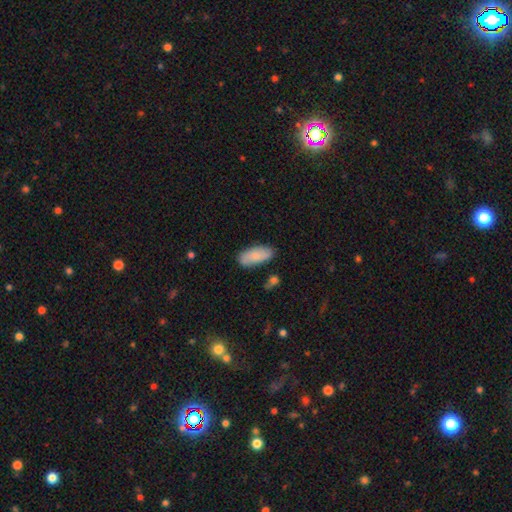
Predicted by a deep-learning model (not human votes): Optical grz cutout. It shows a smooth galaxy with no disk features (76%) that is in between round and cigar-shaped (87%). Merging: none (75%).